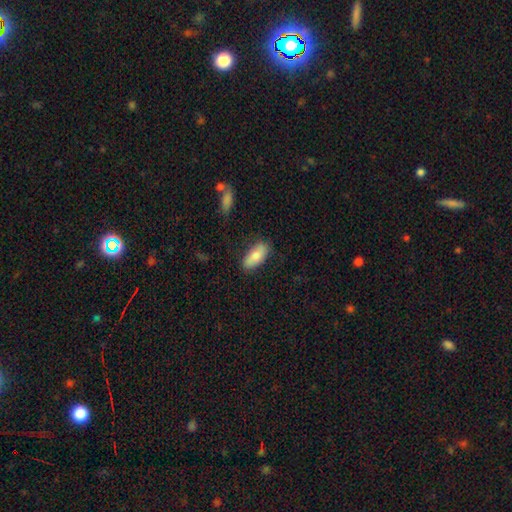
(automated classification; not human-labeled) Smooth or featured: smooth — 83% (featured or disk — 11%)
How rounded: in between — 84% (cigar-shaped — 14%)
Merging: none — 80% (minor disturbance — 14%)